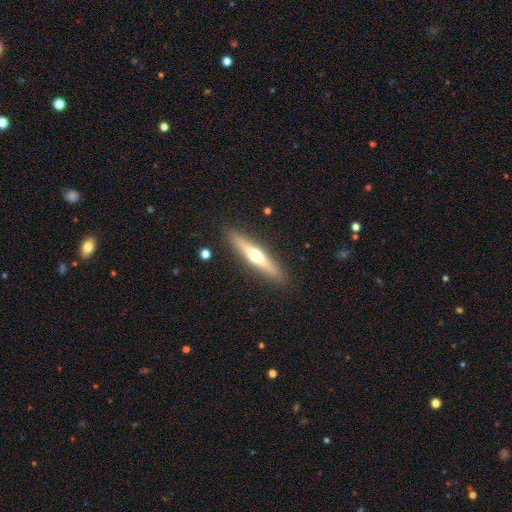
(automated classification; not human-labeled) Q: Smooth or featured?
A: featured or disk (57%); runner-up: smooth (37%)
Q: Edge-on disk?
A: yes (94%); runner-up: no (6%)
Q: Edge-on bulge?
A: rounded (90%); runner-up: none (7%)
Q: Merging?
A: none (89%); runner-up: minor disturbance (8%)